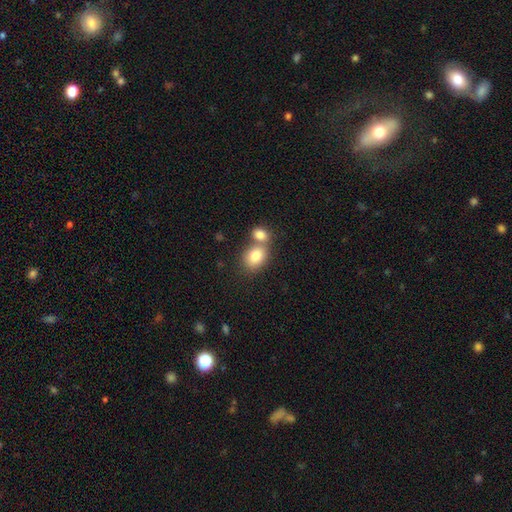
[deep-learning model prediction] Overall: smooth (82%). How rounded: in between (63%; round 36%). Merging: merger (52%; none 37%).